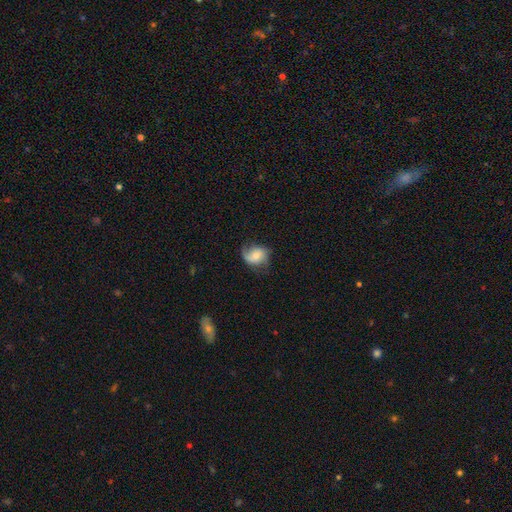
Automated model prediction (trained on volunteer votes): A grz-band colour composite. It shows a featured or disk galaxy (47%). Merging: none (54%).